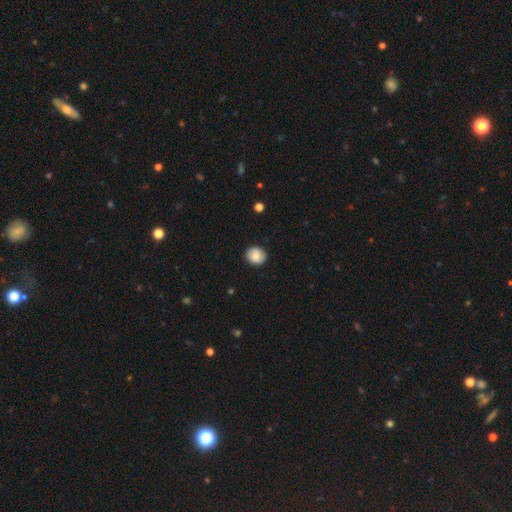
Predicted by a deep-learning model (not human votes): Overall: smooth (79%). How rounded: round (71%). Merging: none (87%).